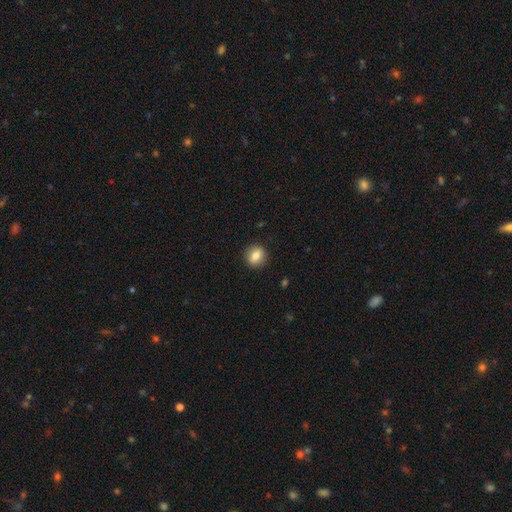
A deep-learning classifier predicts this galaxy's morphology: The model was most divided on "how rounded": round: 68%, in between: 30%, cigar-shaped: 2%. More confident: merging — none (89%); smooth or featured — smooth (79%).